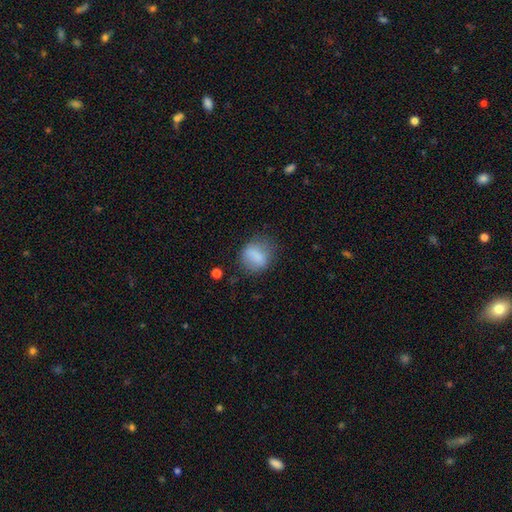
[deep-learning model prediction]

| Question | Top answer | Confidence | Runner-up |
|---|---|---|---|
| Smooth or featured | smooth | 76% | featured or disk (14%) |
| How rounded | round | 58% | in between (39%) |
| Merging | none | 65% | minor disturbance (22%) |